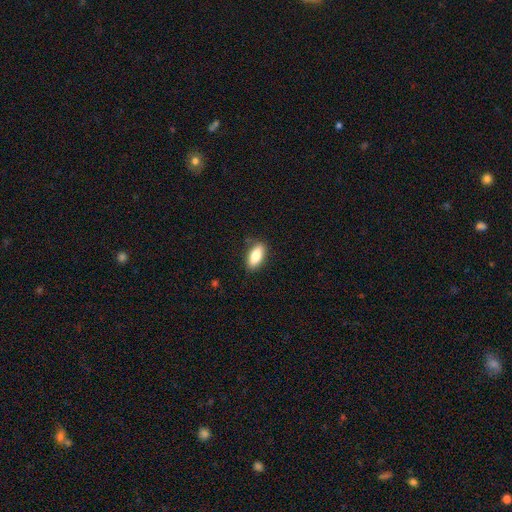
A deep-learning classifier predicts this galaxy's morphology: The model was most divided on "smooth or featured": smooth: 82%, featured or disk: 11%, star or artifact: 7%. More confident: how rounded — in between (86%); merging — none (84%).